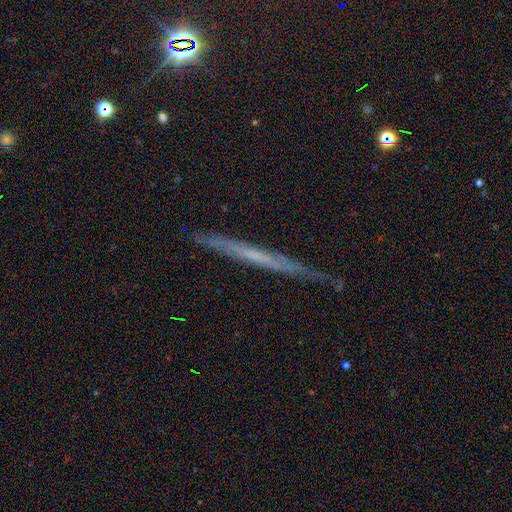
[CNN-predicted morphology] The model was most divided on "smooth or featured": featured or disk: 59%, smooth: 28%, star or artifact: 13%. More confident: edge-on disk — yes (96%); merging — none (87%); edge-on bulge — none (82%).